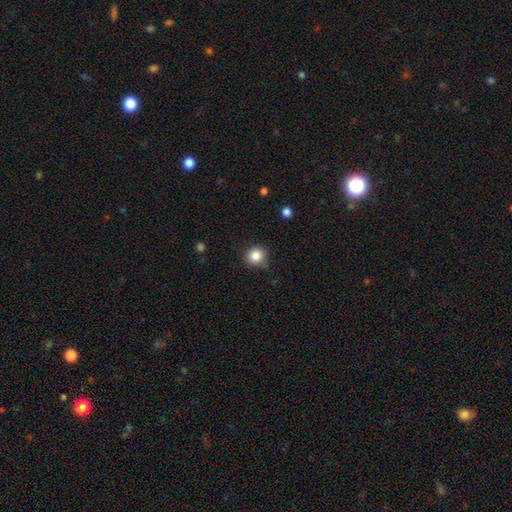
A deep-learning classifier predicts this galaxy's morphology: Overall: smooth (85%). How rounded: round (89%). Merging: none (85%).